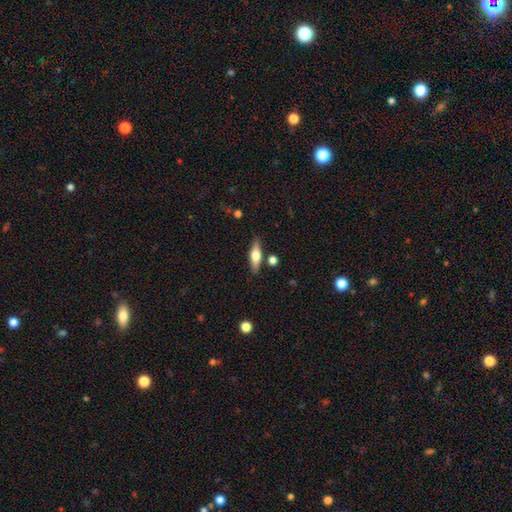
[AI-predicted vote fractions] This appears to be a smooth galaxy with no disk features (49%). Merging: none (80%).